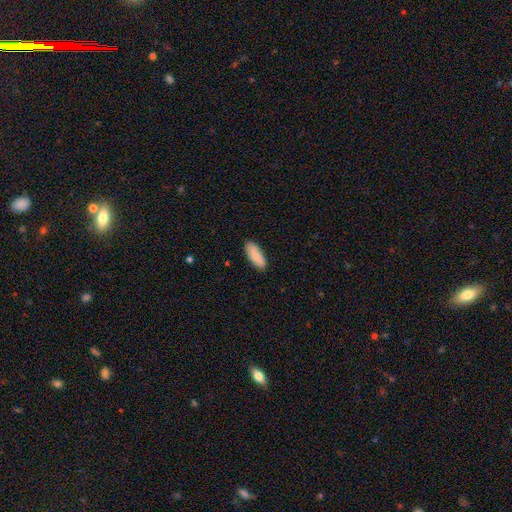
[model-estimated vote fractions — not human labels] smooth 86%, featured or disk 8%, star or artifact 6%. Down the decision tree: how rounded — in between (74%); merging — none (87%).